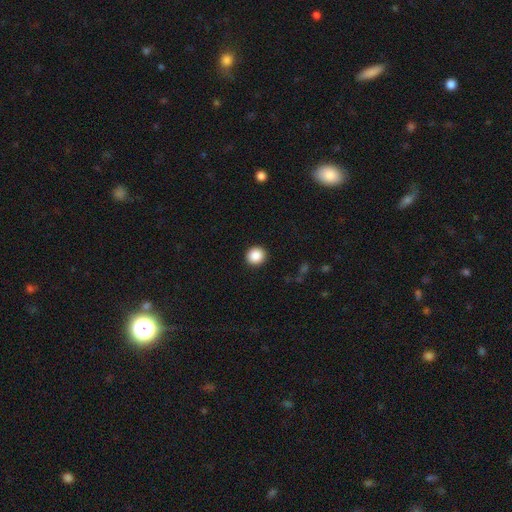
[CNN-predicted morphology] Smooth or featured: smooth — 88% (star or artifact — 9%)
How rounded: round — 92% (in between — 7%)
Merging: none — 92% (minor disturbance — 5%)